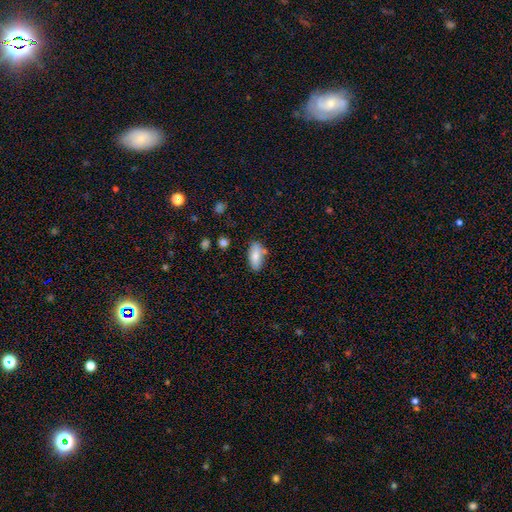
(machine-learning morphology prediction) Smooth or featured? Predicted: smooth (p=0.78). How rounded? Predicted: in between (p=0.86). Merging? Predicted: none (p=0.75).